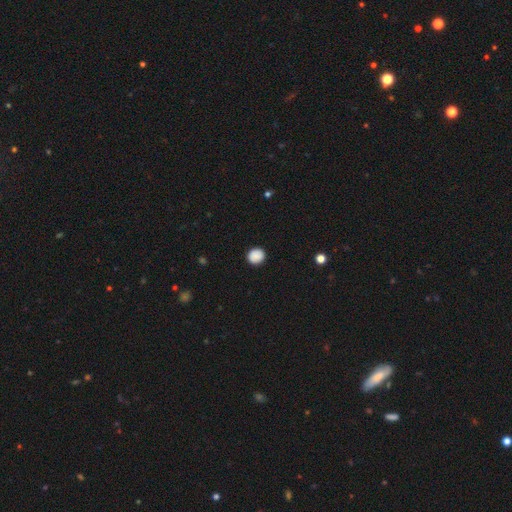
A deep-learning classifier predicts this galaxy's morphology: smooth_or_featured: smooth (p=0.88) [alt: star or artifact p=0.09]
how_rounded: round (p=0.80) [alt: in between p=0.20]
merging: none (p=0.89) [alt: minor disturbance p=0.08]